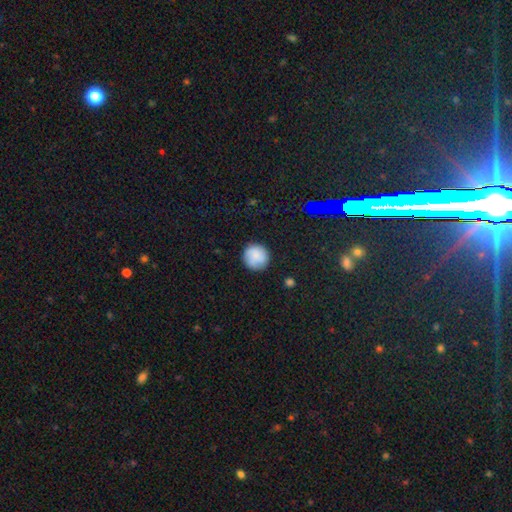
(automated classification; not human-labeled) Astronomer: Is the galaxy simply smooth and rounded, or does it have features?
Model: smooth — 82%.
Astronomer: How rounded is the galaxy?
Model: round — 94%.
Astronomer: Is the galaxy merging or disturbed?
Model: none — 85%.